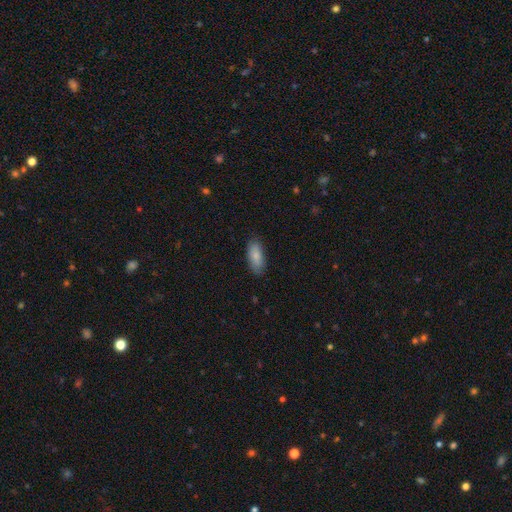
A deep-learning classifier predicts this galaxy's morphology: This appears to be a smooth galaxy with no disk features (84%) that is in between round and cigar-shaped (83%). Merging: none (82%).